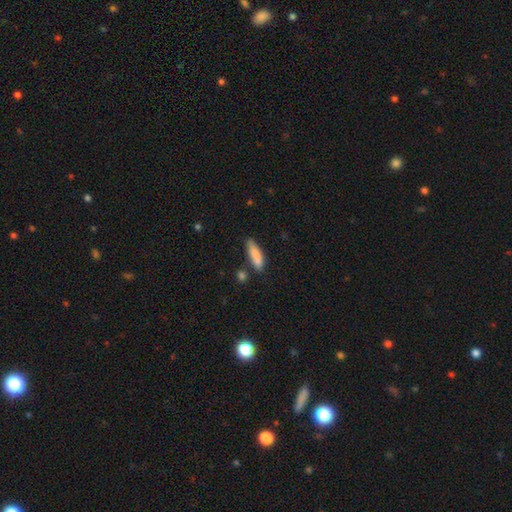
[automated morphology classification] Smooth or featured? Predicted: smooth (p=0.84). How rounded? Predicted: cigar-shaped (p=0.63). Merging? Predicted: none (p=0.67).